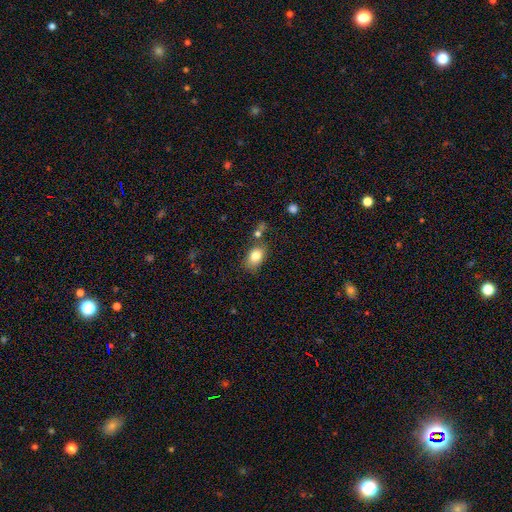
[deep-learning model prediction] Morphology: type=smooth (81%); roundness=in between (80%); merging=none (70%).